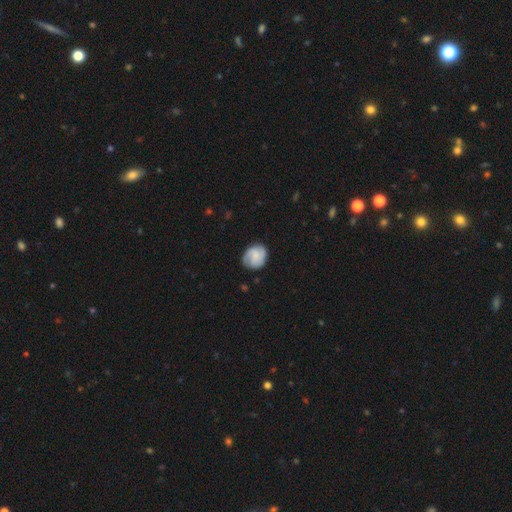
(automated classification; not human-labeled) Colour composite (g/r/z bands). It shows a featured or disk galaxy (52%) with no bar (54%), spiral arms (92%) and no central bulge (38%). Merging: none (79%).